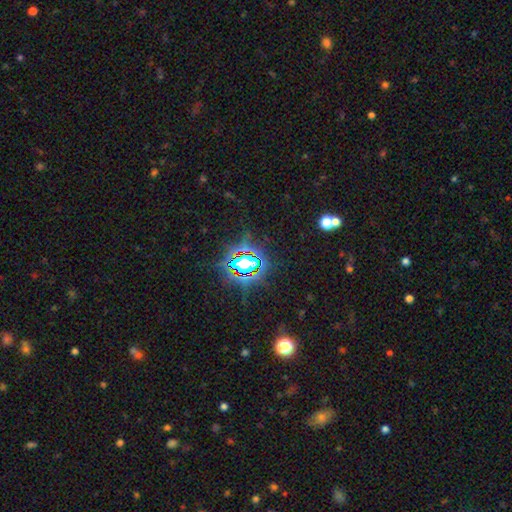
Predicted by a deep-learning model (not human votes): A star or artifact, not a galaxy (80%).

Vote fractions:
- Smooth or featured? star or artifact: 80% / smooth: 13% / featured or disk: 8%